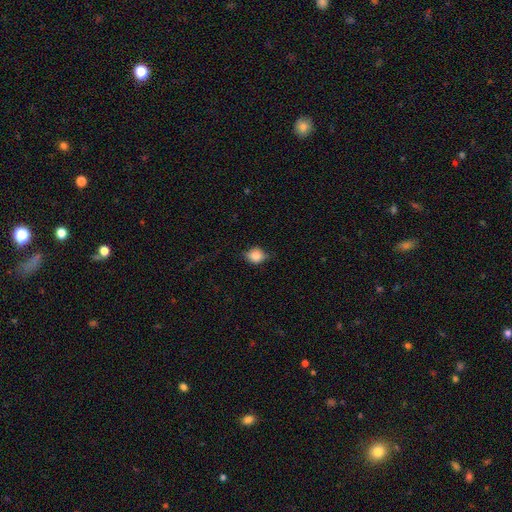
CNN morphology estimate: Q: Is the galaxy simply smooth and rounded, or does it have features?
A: smooth — 79%.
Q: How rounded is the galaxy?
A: round — 61%.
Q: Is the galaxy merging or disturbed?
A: none — 70%.